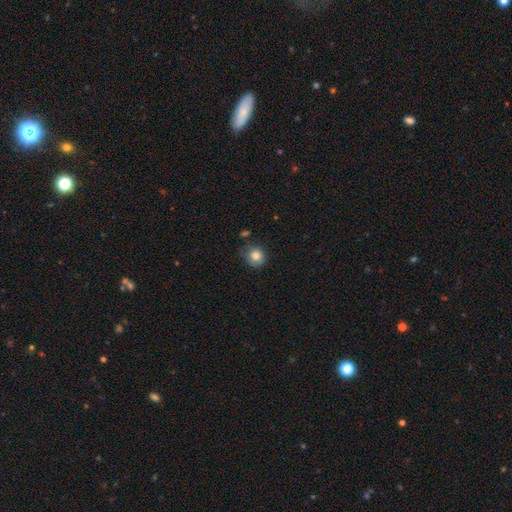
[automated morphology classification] smooth_or_featured: smooth (p=0.82) [alt: star or artifact p=0.09]
how_rounded: round (p=0.79) [alt: in between p=0.20]
merging: none (p=0.62) [alt: minor disturbance p=0.27]